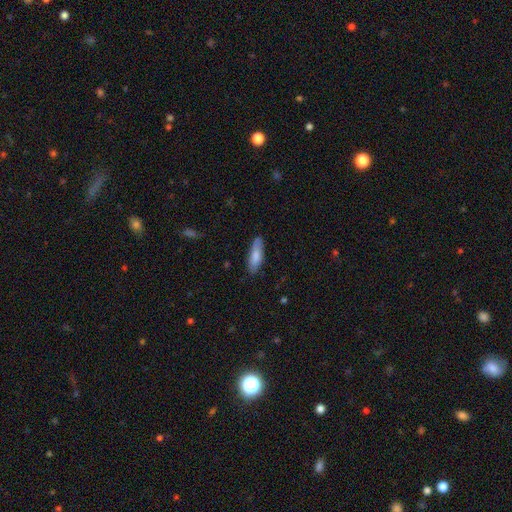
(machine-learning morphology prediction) smooth 78%, featured or disk 16%, star or artifact 6%. Down the decision tree: how rounded — cigar-shaped (51%); merging — none (81%).